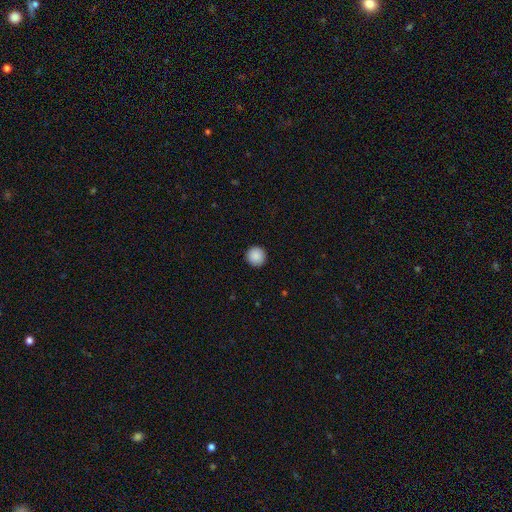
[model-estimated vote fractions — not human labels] smooth_or_featured: smooth (p=0.89) [alt: star or artifact p=0.08]
how_rounded: round (p=0.96) [alt: in between p=0.03]
merging: none (p=0.93) [alt: minor disturbance p=0.04]